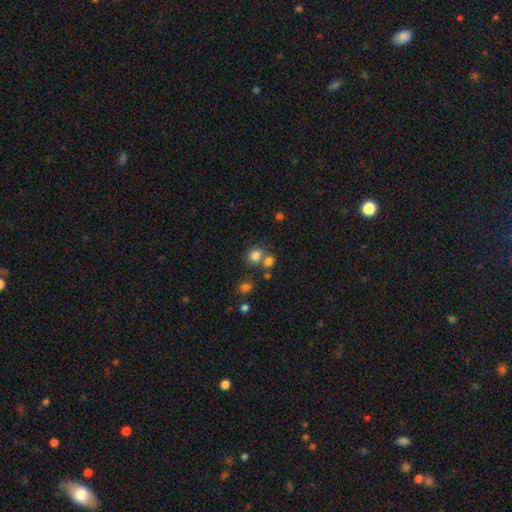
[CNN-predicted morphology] Overall: smooth (80%). How rounded: round (78%). Merging: none (55%; merger 32%).